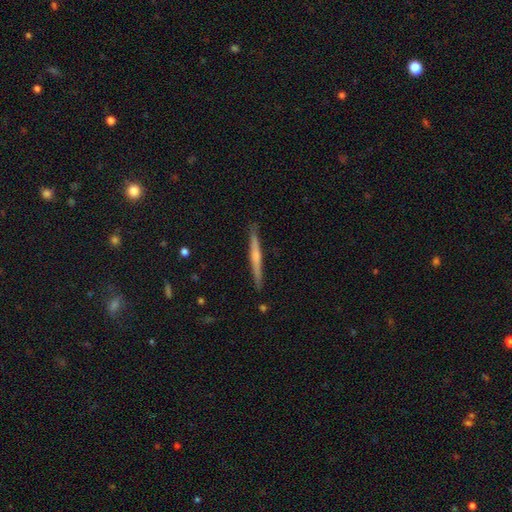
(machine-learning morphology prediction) Q: Smooth or featured?
A: featured or disk (59%); runner-up: smooth (35%)
Q: Edge-on disk?
A: yes (98%); runner-up: no (2%)
Q: Edge-on bulge?
A: rounded (51%); runner-up: none (41%)
Q: Merging?
A: none (90%); runner-up: minor disturbance (7%)